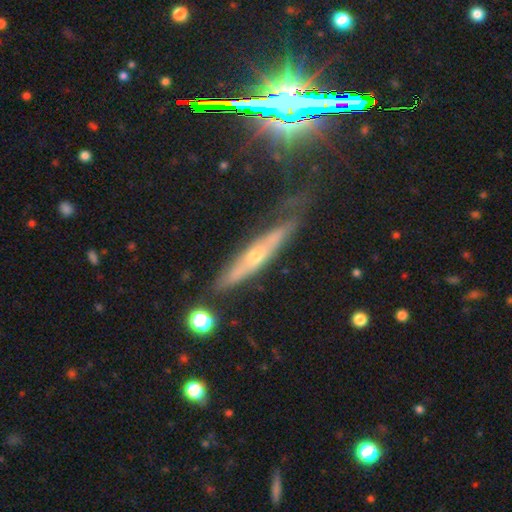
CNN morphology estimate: smooth-or-featured: featured or disk: 59% | smooth: 34% | star or artifact: 7%
  disk-edge-on: yes: 78% | no: 22%
  merging: none: 65% | minor disturbance: 22% | major disturbance: 9% | merger: 4%